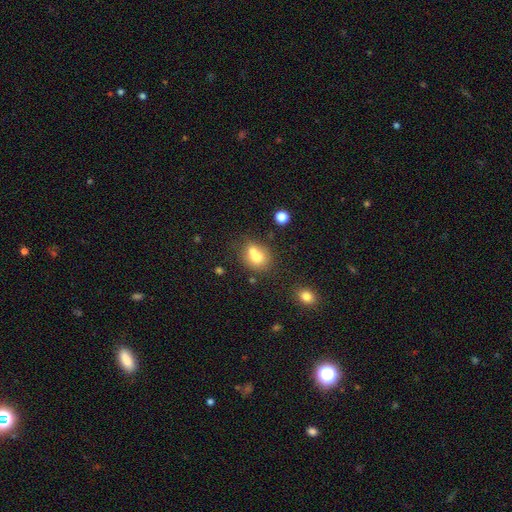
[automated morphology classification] Smooth or featured?
  - smooth: 70% *
  - featured or disk: 19%
  - star or artifact: 11%
How rounded?
  - round: 65% *
  - in between: 34%
  - cigar-shaped: 1%
Merging?
  - merger: 51% *
  - none: 35%
  - minor disturbance: 10%
  - major disturbance: 4%